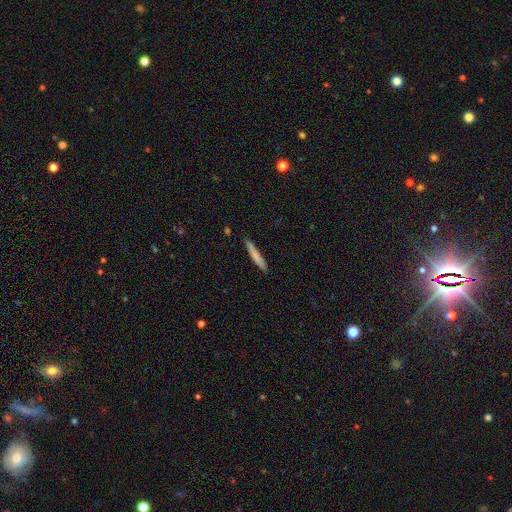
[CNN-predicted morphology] Smooth or featured? Predicted: smooth (p=0.75). How rounded? Predicted: cigar-shaped (p=0.95). Merging? Predicted: none (p=0.88).